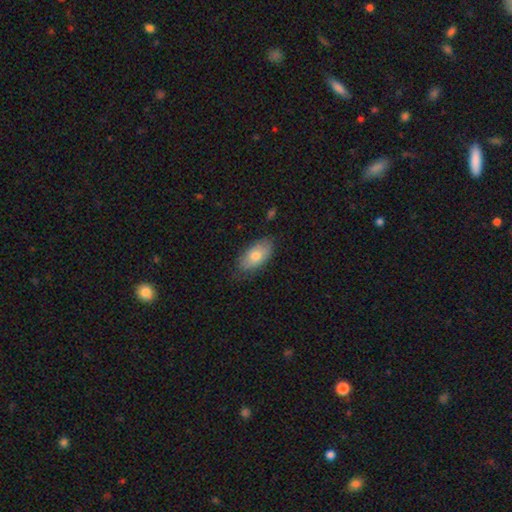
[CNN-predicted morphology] The model was most divided on "merging": none: 74%, minor disturbance: 21%, major disturbance: 4%, merger: 1%. More confident: how rounded — in between (92%); smooth or featured — smooth (76%).